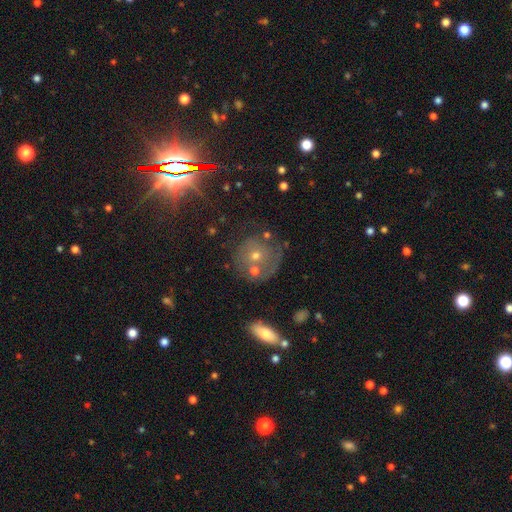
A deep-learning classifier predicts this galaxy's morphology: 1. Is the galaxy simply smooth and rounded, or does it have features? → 42% featured or disk, 34% smooth, 25% star or artifact.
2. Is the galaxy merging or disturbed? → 59% none, 17% minor disturbance, 14% merger, 10% major disturbance.